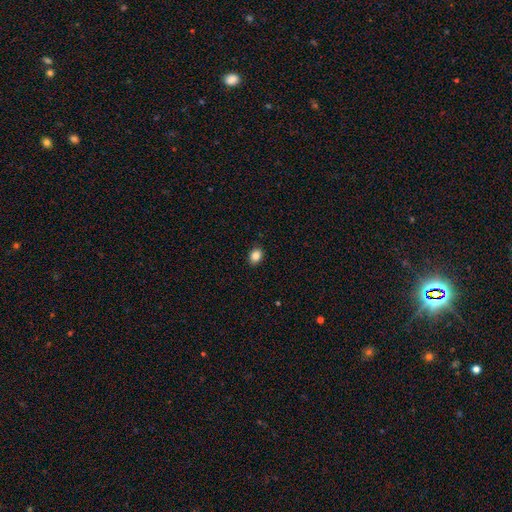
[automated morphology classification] type=smooth (86%); roundness=in between (64%); merging=none (89%).